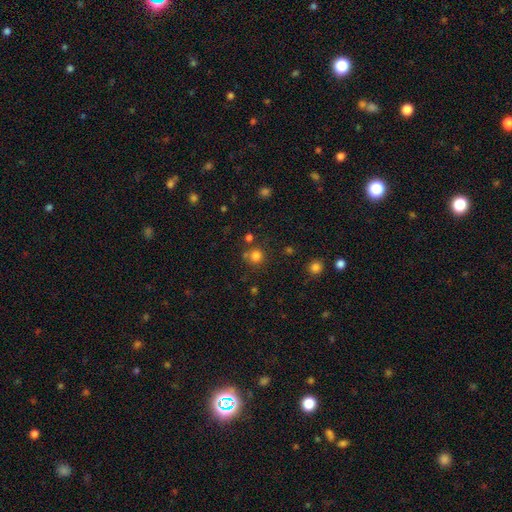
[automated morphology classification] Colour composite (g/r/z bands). It shows a smooth galaxy with no disk features (79%) that is round (91%). Merging: none (71%).